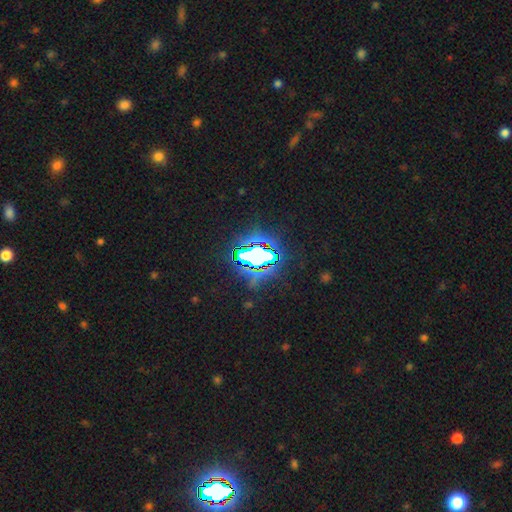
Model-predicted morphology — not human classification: Q: Smooth or featured?
A: star or artifact (72%); runner-up: smooth (17%)